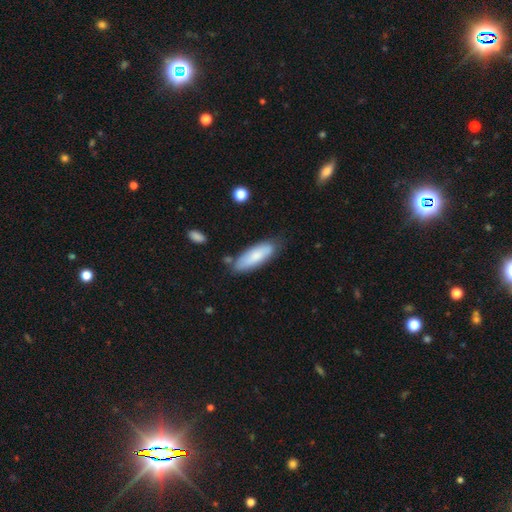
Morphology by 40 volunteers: Smooth or featured: smooth — 80% (featured or disk — 15%)
How rounded: in between — 69% (cigar-shaped — 31%)
Merging: none — 76% (minor disturbance — 18%)